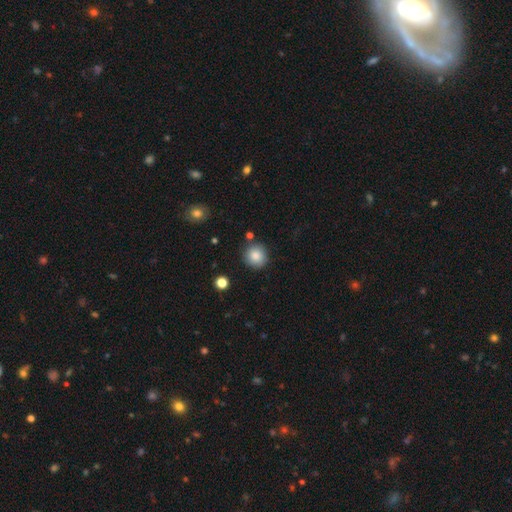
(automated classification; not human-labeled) smooth-or-featured: smooth: 86% | star or artifact: 9% | featured or disk: 5%
  how-rounded: round: 91% | in between: 8% | cigar-shaped: 1%
  merging: none: 84% | minor disturbance: 9% | merger: 4% | major disturbance: 2%